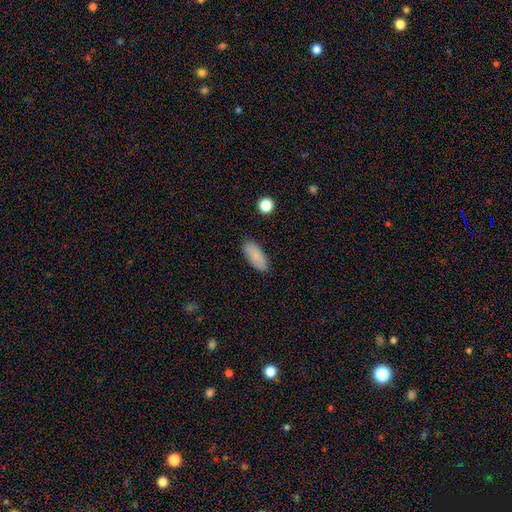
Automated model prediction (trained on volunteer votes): smooth_or_featured: smooth (p=0.86) [alt: featured or disk p=0.07]
how_rounded: in between (p=0.86) [alt: cigar-shaped p=0.12]
merging: none (p=0.86) [alt: minor disturbance p=0.10]